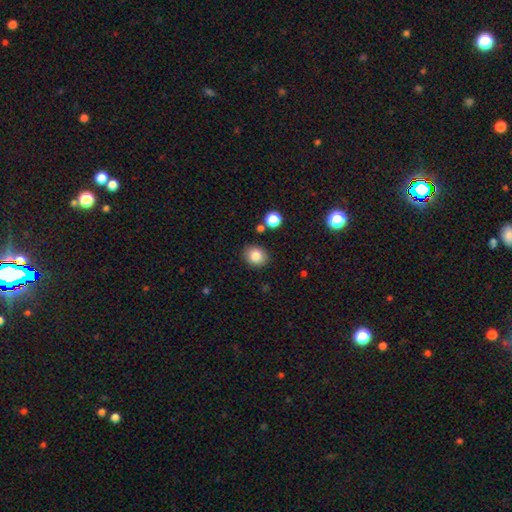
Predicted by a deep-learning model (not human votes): Overall: smooth (84%). How rounded: round (67%; in between 32%). Merging: none (86%).